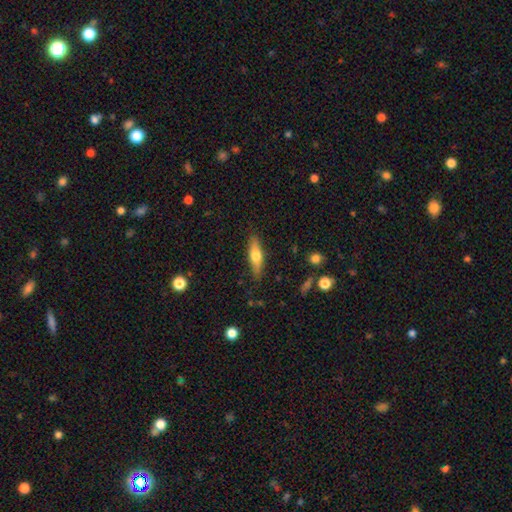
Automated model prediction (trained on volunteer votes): Smooth or featured? Predicted: smooth (p=0.58). How rounded? Predicted: cigar-shaped (p=0.63). Merging? Predicted: none (p=0.85).